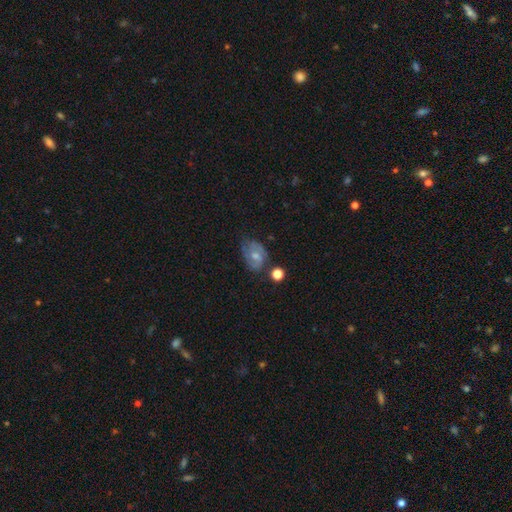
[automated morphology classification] Smooth or featured? featured or disk (51%)
Edge-on disk? no (97%)
Merging? none (51%)